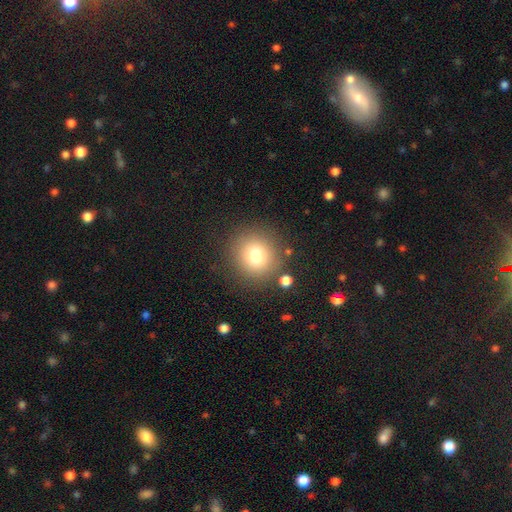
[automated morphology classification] Smooth or featured? smooth (76%)
How rounded? round (92%)
Merging? none (85%)